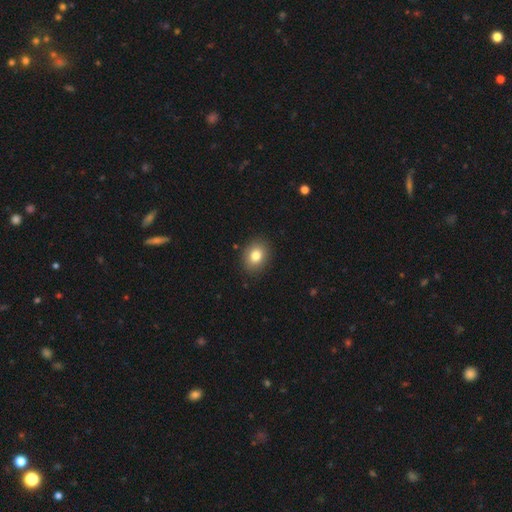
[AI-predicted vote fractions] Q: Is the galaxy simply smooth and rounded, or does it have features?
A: smooth — 81%.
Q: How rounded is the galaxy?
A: in between — 50%.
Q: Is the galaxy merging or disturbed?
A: none — 89%.